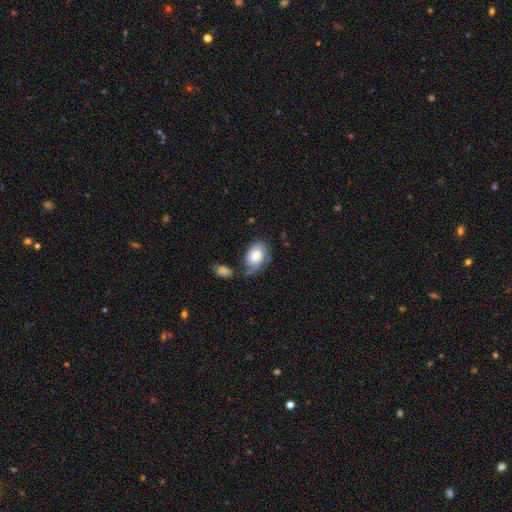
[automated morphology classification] The model was most divided on "smooth or featured": featured or disk: 51%, smooth: 42%, star or artifact: 7%. Remaining: edge-on disk — no (95%); merging — none (41%).